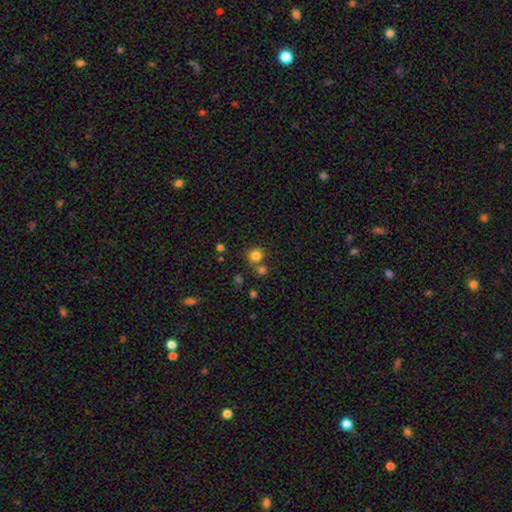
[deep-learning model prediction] smooth_or_featured: smooth (p=0.80) [alt: star or artifact p=0.14]
how_rounded: round (p=0.89) [alt: in between p=0.10]
merging: none (p=0.67) [alt: merger p=0.21]